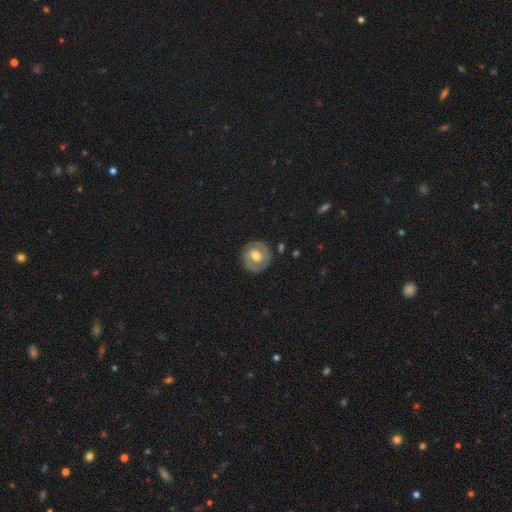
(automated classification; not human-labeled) Smooth or featured: featured or disk — 68% (smooth — 27%)
Edge-on disk: no — 97% (yes — 3%)
Bar: weak — 47% (no — 37%)
Spiral arms: yes — 75% (no — 25%)
Bulge size: moderate — 70% (large — 17%)
Merging: none — 84% (minor disturbance — 11%)